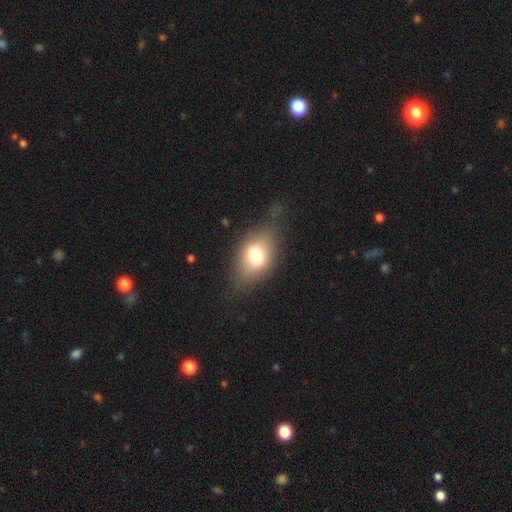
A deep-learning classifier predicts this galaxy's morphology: Smooth or featured? smooth (64%)
How rounded? in between (77%)
Merging? none (62%)